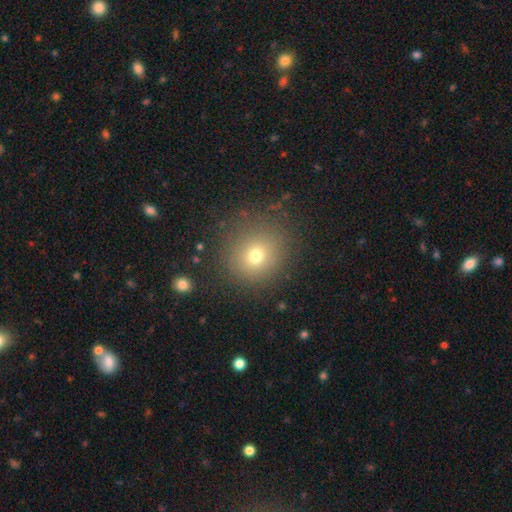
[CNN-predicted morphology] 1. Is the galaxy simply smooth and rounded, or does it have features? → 71% smooth, 18% star or artifact, 11% featured or disk.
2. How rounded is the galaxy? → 88% round, 11% in between, 1% cigar-shaped.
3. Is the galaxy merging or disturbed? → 85% none, 9% minor disturbance, 4% major disturbance, 2% merger.